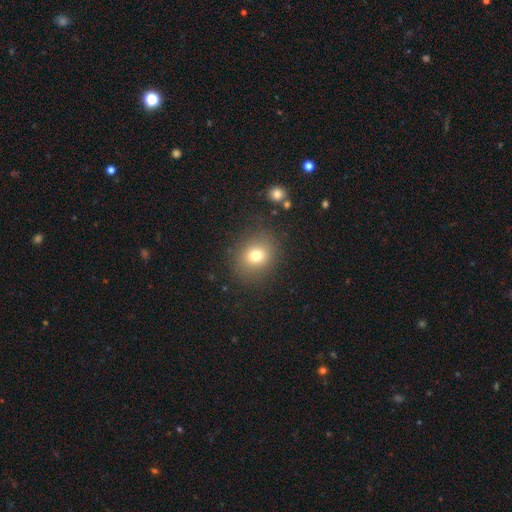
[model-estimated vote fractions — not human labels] The model was most divided on "how rounded": round: 68%, in between: 31%, cigar-shaped: 1%. More confident: merging — none (83%); smooth or featured — smooth (74%).